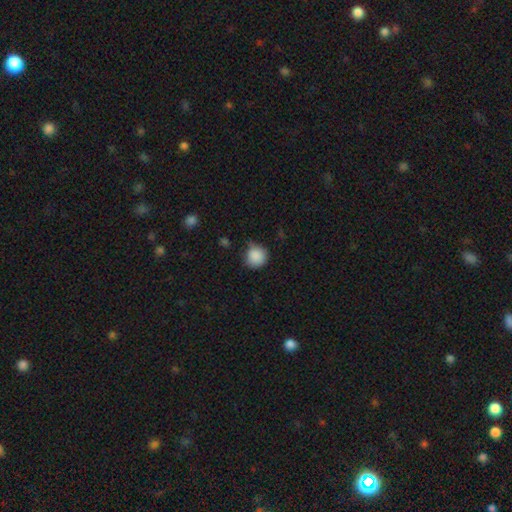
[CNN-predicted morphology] Q: Smooth or featured?
A: smooth (88%); runner-up: star or artifact (8%)
Q: How rounded?
A: round (92%); runner-up: in between (7%)
Q: Merging?
A: none (68%); runner-up: minor disturbance (25%)